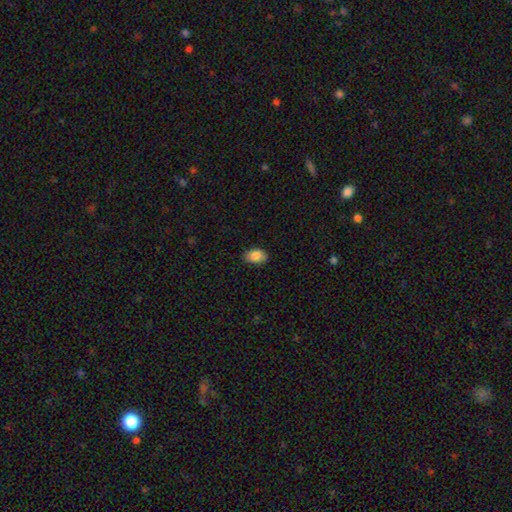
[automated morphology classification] Smooth or featured? Predicted: smooth (p=0.86). How rounded? Predicted: in between (p=0.89). Merging? Predicted: none (p=0.85).